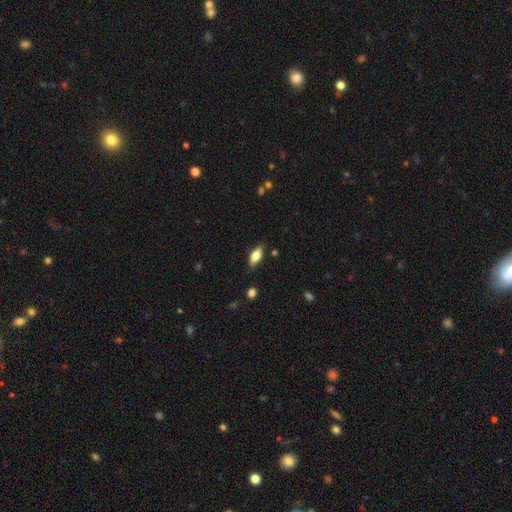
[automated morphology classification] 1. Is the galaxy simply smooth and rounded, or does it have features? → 69% smooth, 24% featured or disk, 7% star or artifact.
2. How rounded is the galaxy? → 79% in between, 18% cigar-shaped, 3% round.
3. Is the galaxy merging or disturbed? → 83% none, 13% minor disturbance, 3% major disturbance, 1% merger.